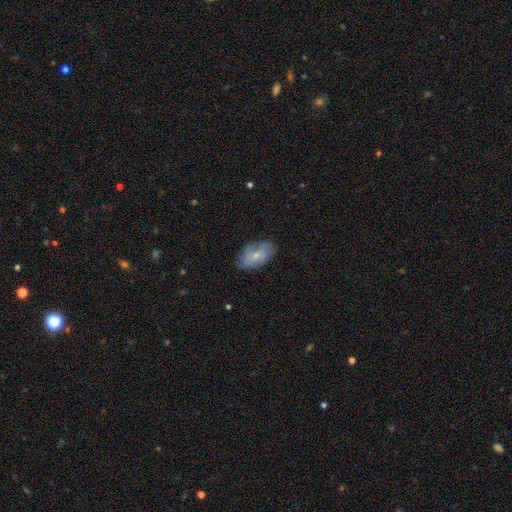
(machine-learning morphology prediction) Smooth or featured: smooth — 58% (featured or disk — 35%)
How rounded: in between — 92% (round — 4%)
Merging: none — 72% (minor disturbance — 21%)